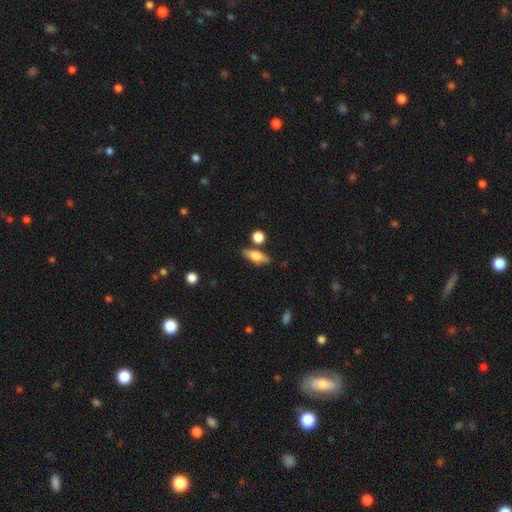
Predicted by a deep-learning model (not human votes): Smooth or featured? smooth (60%)
How rounded? in between (58%)
Merging? none (76%)